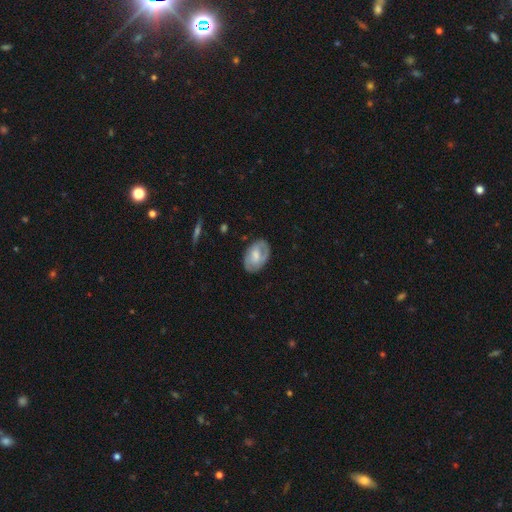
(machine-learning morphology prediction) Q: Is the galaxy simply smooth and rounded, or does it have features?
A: smooth — 47%, tied with featured or disk.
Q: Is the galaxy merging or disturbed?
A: none — 75%.